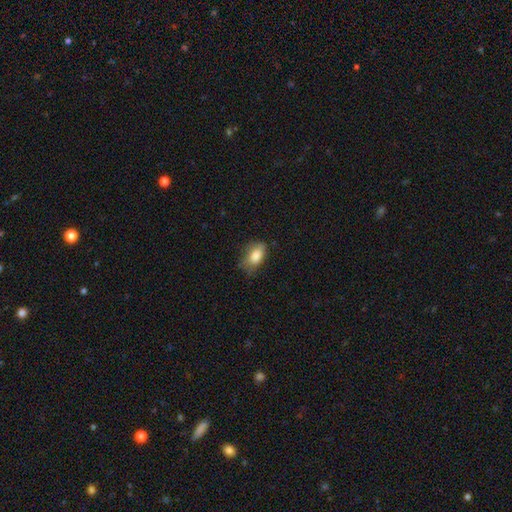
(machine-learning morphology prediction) This appears to be a smooth galaxy with no disk features (84%) that is in between round and cigar-shaped (90%). Merging: none (60%).